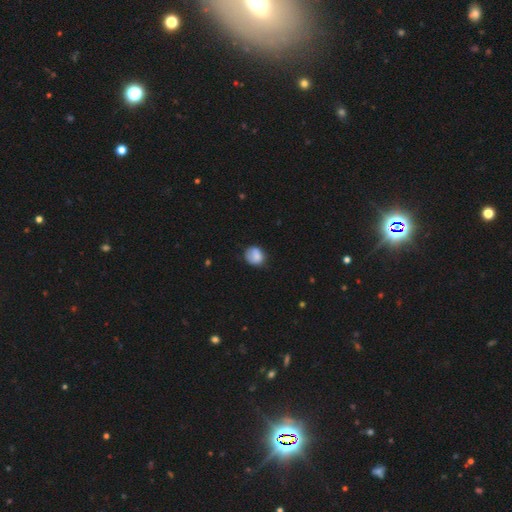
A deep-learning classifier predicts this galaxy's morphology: Smooth or featured?
  - smooth: 80% *
  - featured or disk: 12%
  - star or artifact: 8%
How rounded?
  - round: 73% *
  - in between: 26%
  - cigar-shaped: 1%
Merging?
  - none: 62% *
  - minor disturbance: 27%
  - major disturbance: 8%
  - merger: 3%